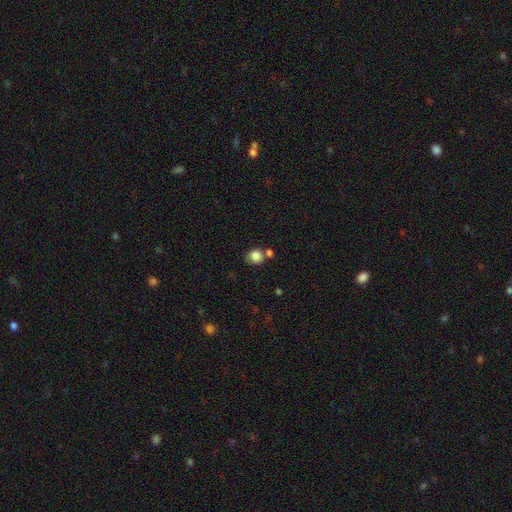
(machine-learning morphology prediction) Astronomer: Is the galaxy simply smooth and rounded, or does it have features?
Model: smooth — 84%.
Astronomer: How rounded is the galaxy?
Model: round — 79%.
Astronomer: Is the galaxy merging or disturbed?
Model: none — 62%.